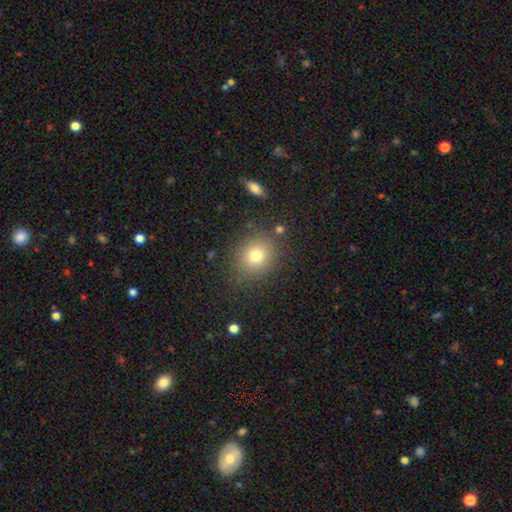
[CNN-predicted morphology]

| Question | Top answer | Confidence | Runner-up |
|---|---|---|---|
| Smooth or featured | smooth | 76% | star or artifact (14%) |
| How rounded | round | 78% | in between (21%) |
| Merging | none | 84% | minor disturbance (10%) |